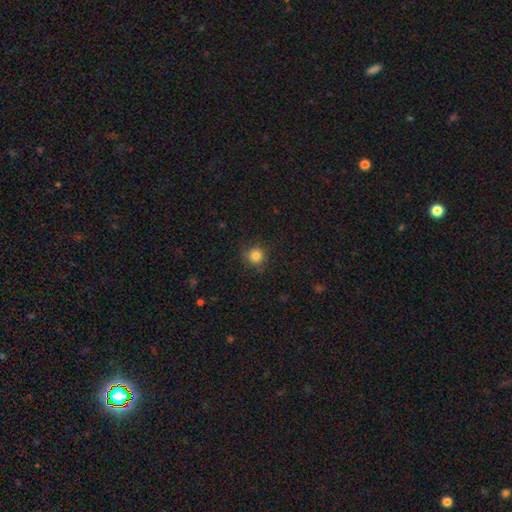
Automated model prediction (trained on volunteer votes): A smooth galaxy with no disk features (83%) that is round (91%).

Vote fractions:
- Smooth or featured? smooth: 83% / star or artifact: 12% / featured or disk: 5%
- How rounded? round: 91% / in between: 8% / cigar-shaped: 1%
- Merging? none: 80% / minor disturbance: 14% / major disturbance: 4% / merger: 1%